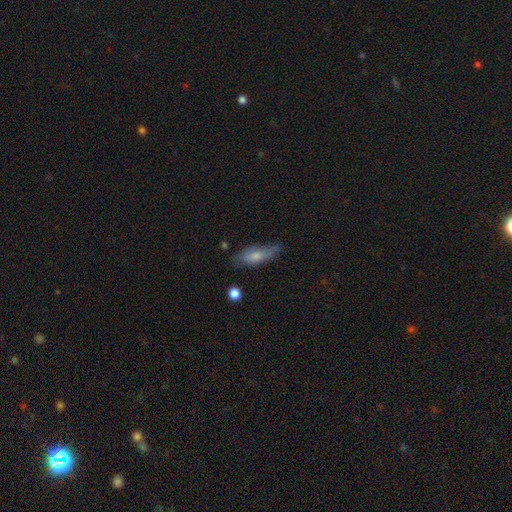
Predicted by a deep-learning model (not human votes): A smooth galaxy with no disk features (66%) that is in between round and cigar-shaped (60%).

Vote fractions:
- Smooth or featured? smooth: 66% / featured or disk: 27% / star or artifact: 7%
- How rounded? in between: 60% / cigar-shaped: 37% / round: 3%
- Merging? none: 56% / minor disturbance: 31% / major disturbance: 10% / merger: 3%